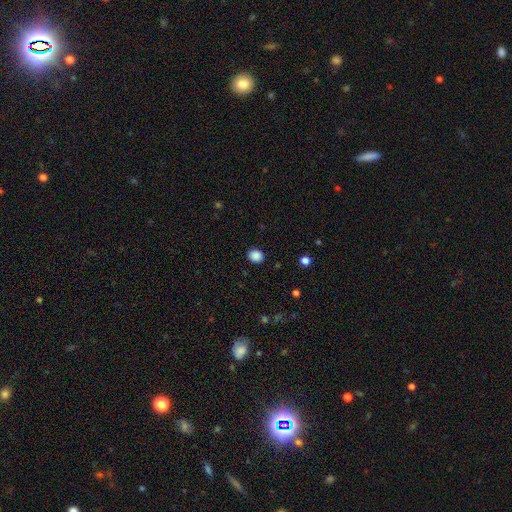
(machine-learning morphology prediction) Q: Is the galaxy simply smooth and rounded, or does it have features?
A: smooth — 87%.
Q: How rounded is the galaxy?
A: round — 66%.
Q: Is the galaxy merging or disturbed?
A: none — 89%.